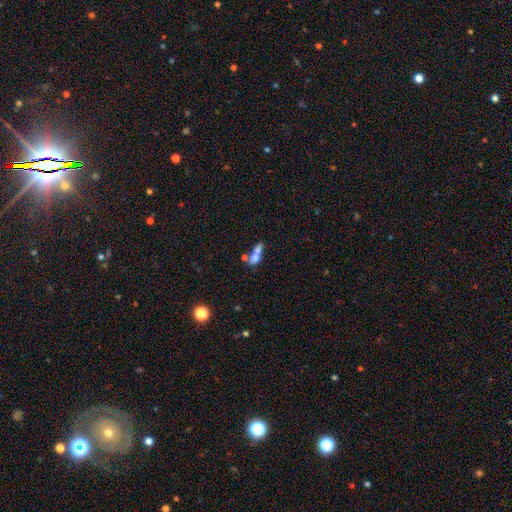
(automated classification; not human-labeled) smooth 62%, featured or disk 26%, star or artifact 12%. Down the decision tree: how rounded — in between (63%); merging — merger (65%).